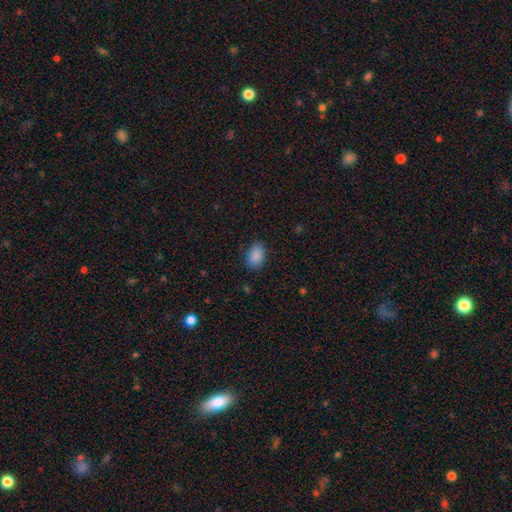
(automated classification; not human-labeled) A smooth galaxy with no disk features (87%) that is in between round and cigar-shaped (83%).

Vote fractions:
- Smooth or featured? smooth: 87% / star or artifact: 9% / featured or disk: 4%
- How rounded? in between: 83% / round: 16% / cigar-shaped: 1%
- Merging? none: 78% / minor disturbance: 17% / major disturbance: 4% / merger: 1%